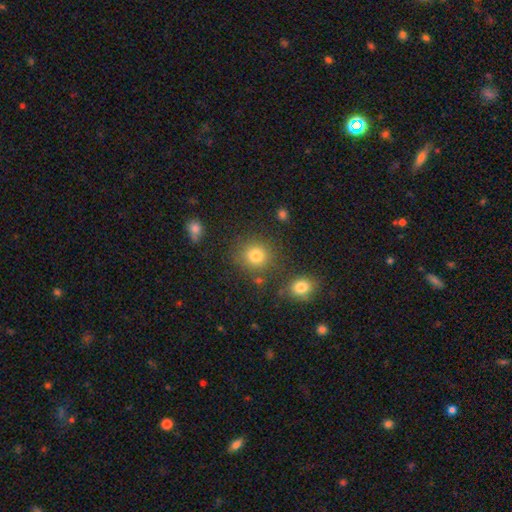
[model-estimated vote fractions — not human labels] A smooth galaxy with no disk features (80%) that is round (86%). Merging: none (79%).